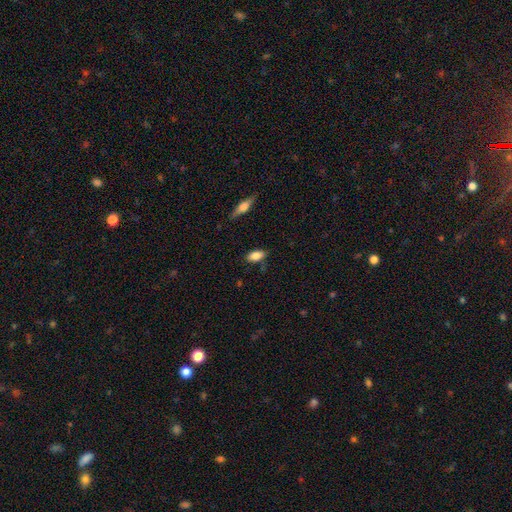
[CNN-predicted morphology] smooth-or-featured: smooth: 82% | featured or disk: 11% | star or artifact: 8%
  how-rounded: in between: 89% | cigar-shaped: 7% | round: 4%
  merging: none: 77% | minor disturbance: 16% | major disturbance: 3% | merger: 3%